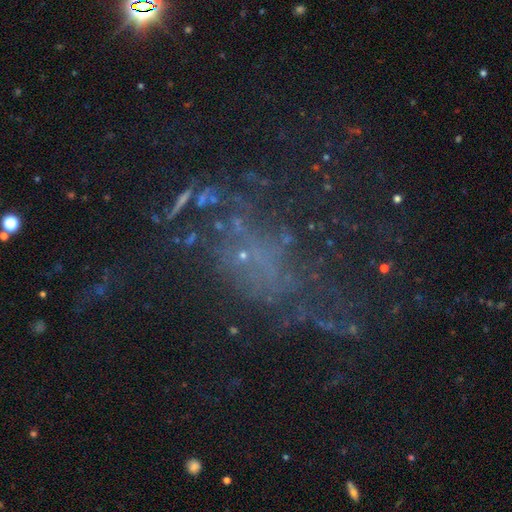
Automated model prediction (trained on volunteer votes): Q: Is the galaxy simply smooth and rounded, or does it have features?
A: featured or disk — 46%.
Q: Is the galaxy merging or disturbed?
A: none — 43%.